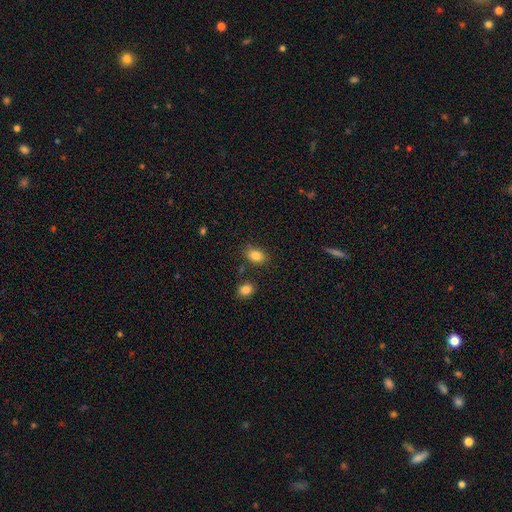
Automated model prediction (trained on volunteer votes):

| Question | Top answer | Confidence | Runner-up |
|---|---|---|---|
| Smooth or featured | smooth | 83% | star or artifact (9%) |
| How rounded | in between | 81% | round (18%) |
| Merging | none | 80% | minor disturbance (12%) |